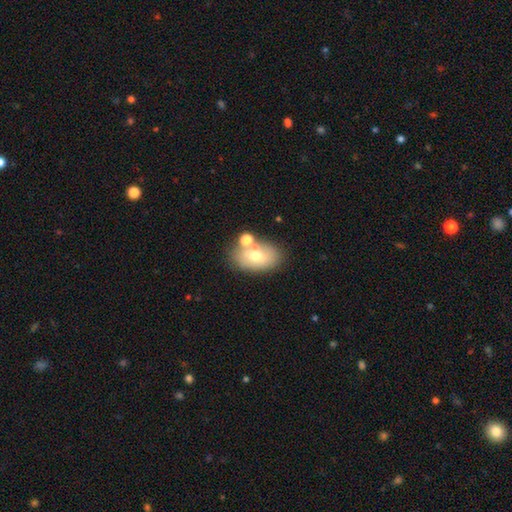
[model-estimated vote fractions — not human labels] Q: Smooth or featured?
A: smooth (61%); runner-up: featured or disk (28%)
Q: How rounded?
A: in between (81%); runner-up: round (17%)
Q: Merging?
A: none (61%); runner-up: merger (20%)